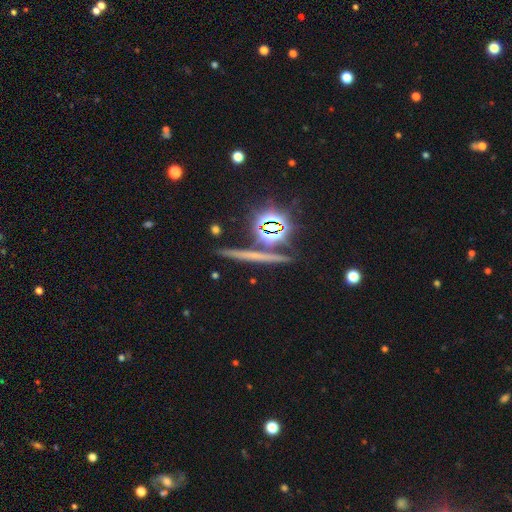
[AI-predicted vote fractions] This appears to be a star or artifact, not a galaxy (43%).